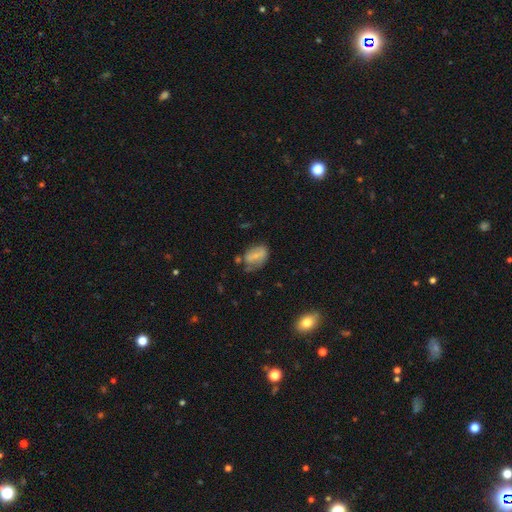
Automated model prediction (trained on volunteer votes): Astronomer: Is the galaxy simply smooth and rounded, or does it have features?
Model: smooth — 64%.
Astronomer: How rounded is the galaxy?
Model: in between — 81%.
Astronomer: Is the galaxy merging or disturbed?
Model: none — 50% (runner-up: minor disturbance, 29%).